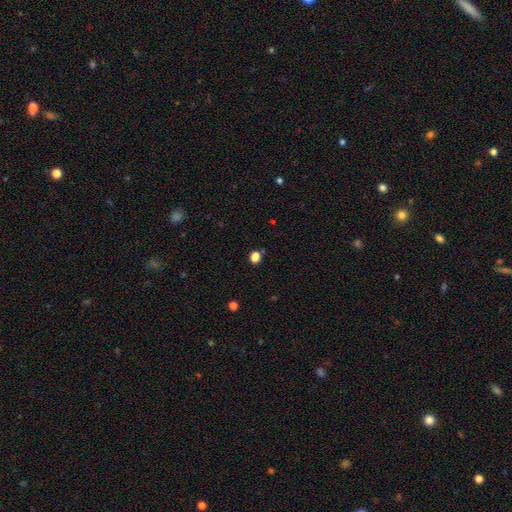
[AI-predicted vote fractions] A smooth galaxy with no disk features (75%) that is round (59%). Merging: none (83%).